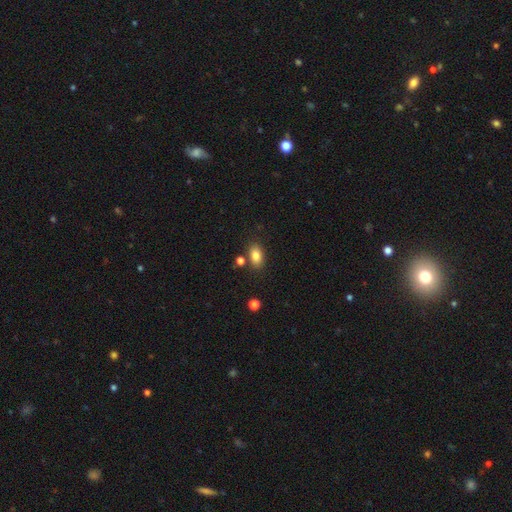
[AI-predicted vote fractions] Smooth or featured? smooth (84%)
How rounded? in between (87%)
Merging? none (78%)